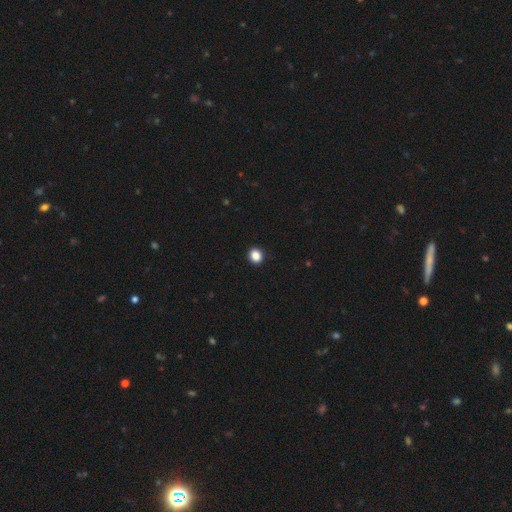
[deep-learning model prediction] Morphology: type=smooth (86%); roundness=round (79%); merging=none (93%).